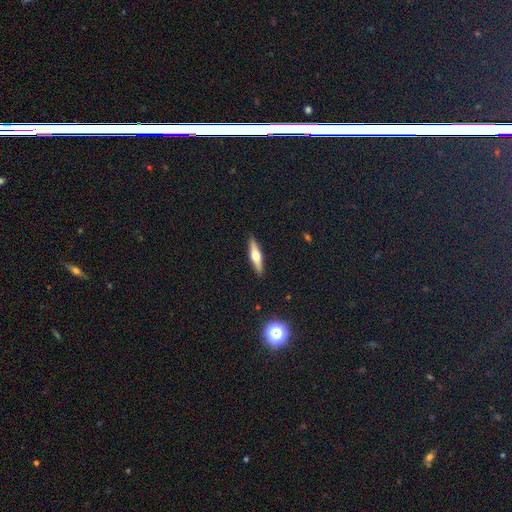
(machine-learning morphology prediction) type=featured or disk (58%); edge-on=yes (95%); edge-on bulge=rounded (93%); merging=none (91%).